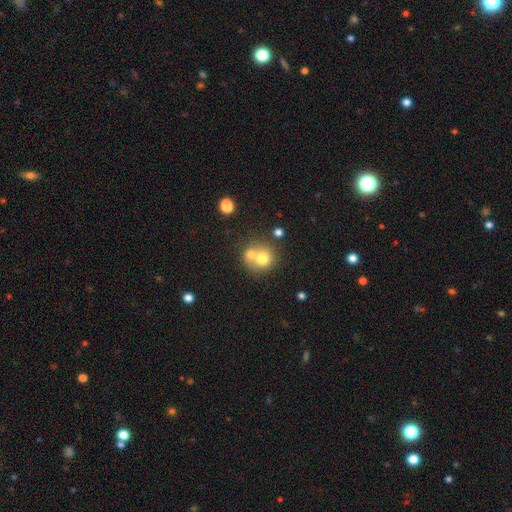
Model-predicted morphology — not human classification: This is likely a smooth galaxy (68%). How rounded: clearly round (83%). Merging: possibly merger (54%).